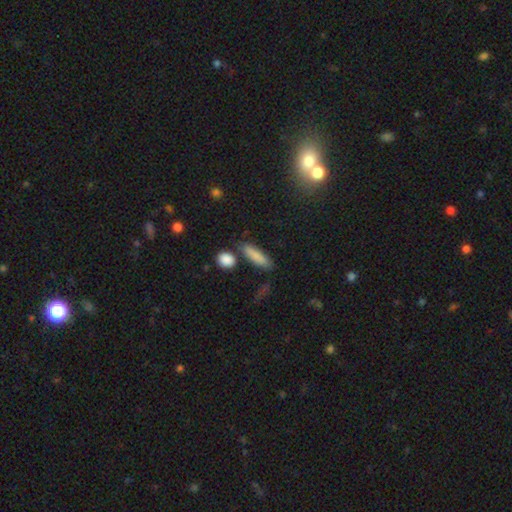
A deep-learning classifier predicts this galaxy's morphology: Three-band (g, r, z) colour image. It shows a smooth galaxy with no disk features (83%) that is cigar-shaped (64%). Merging: none (75%).